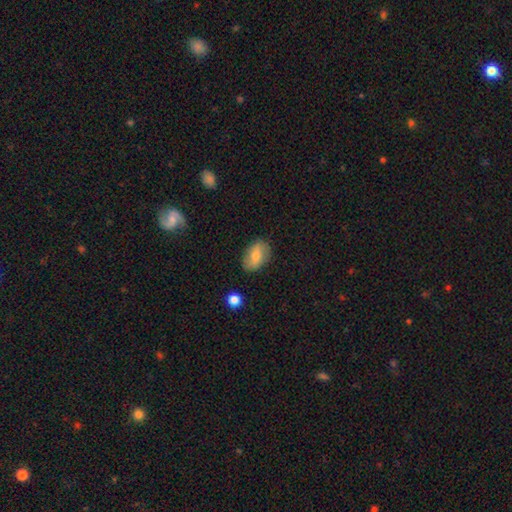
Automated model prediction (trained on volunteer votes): Smooth or featured? Predicted: smooth (p=0.70). How rounded? Predicted: in between (p=0.87). Merging? Predicted: none (p=0.82).